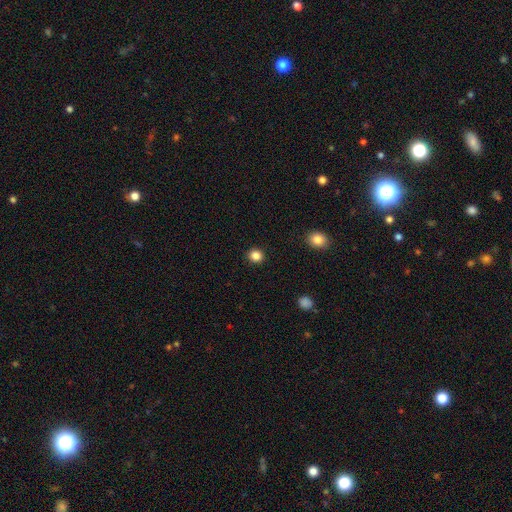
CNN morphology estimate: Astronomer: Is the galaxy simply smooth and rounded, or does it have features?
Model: smooth — 85%.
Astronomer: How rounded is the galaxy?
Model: round — 85%.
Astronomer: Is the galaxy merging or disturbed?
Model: none — 92%.